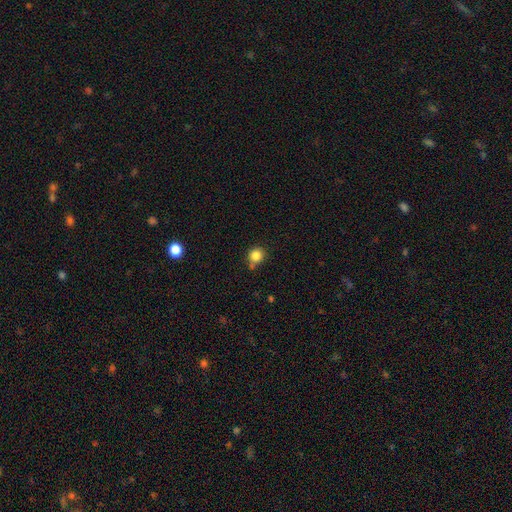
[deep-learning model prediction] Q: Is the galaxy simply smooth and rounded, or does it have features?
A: smooth — 84%.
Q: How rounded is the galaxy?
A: round — 87%.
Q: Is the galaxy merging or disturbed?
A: none — 68%.